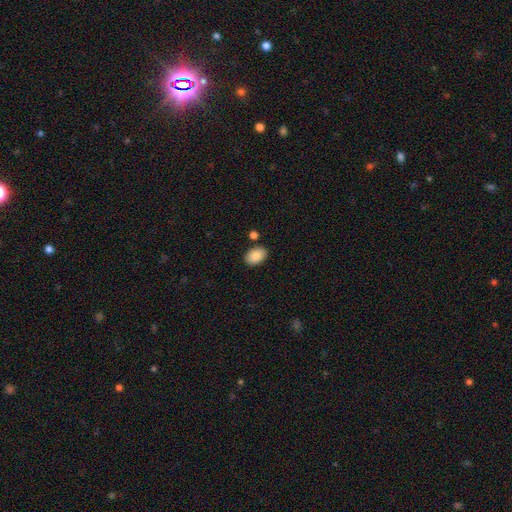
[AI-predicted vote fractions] Q: Smooth or featured?
A: smooth (89%); runner-up: star or artifact (7%)
Q: How rounded?
A: in between (88%); runner-up: round (11%)
Q: Merging?
A: none (85%); runner-up: minor disturbance (9%)